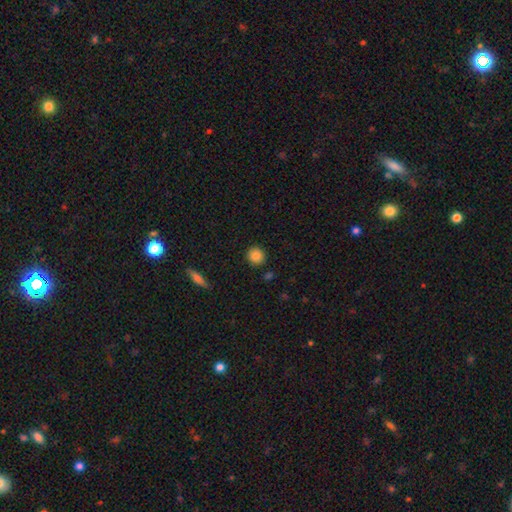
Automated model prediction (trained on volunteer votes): This appears to be a smooth galaxy with no disk features (84%) that is round (91%). Merging: none (90%).